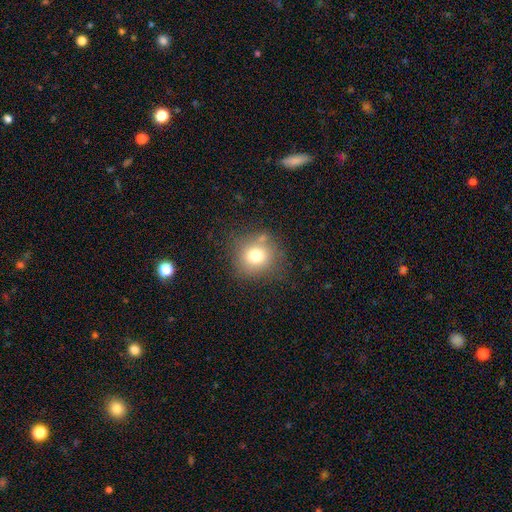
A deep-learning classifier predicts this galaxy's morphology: This appears to be a smooth galaxy with no disk features (74%) that is round (88%). Merging: none (76%).